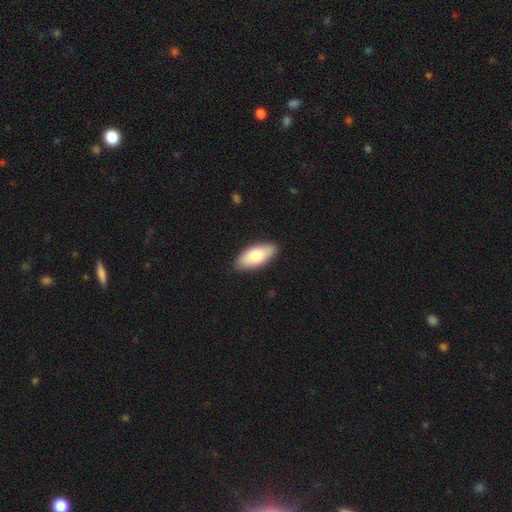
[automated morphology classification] Smooth or featured? Predicted: smooth (p=0.79). How rounded? Predicted: in between (p=0.88). Merging? Predicted: none (p=0.88).